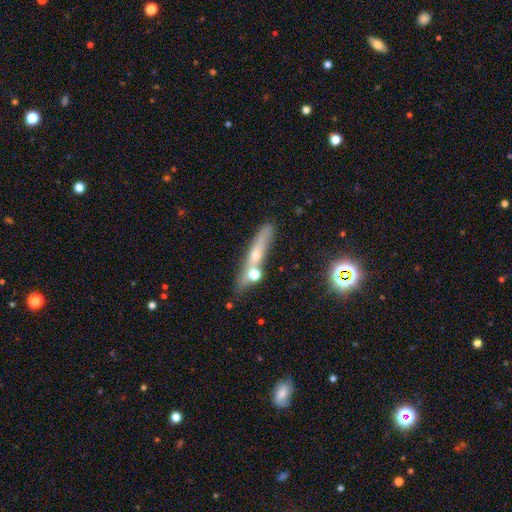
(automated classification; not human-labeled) featured or disk 46%, smooth 38%, star or artifact 16%. Down the decision tree: merging — none (59%).